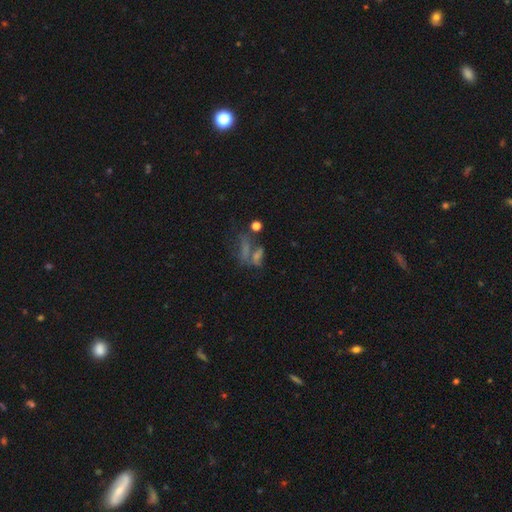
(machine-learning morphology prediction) Smooth or featured? Predicted: smooth (p=0.39). Merging? Predicted: none (p=0.34).